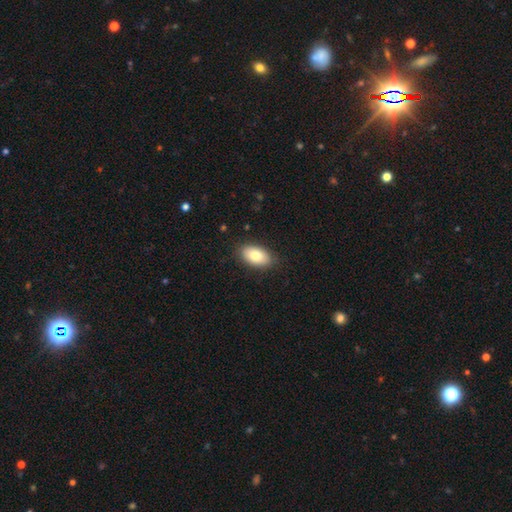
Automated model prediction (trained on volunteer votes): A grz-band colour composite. It shows a smooth galaxy with no disk features (81%) that is in between round and cigar-shaped (93%). Merging: none (86%).